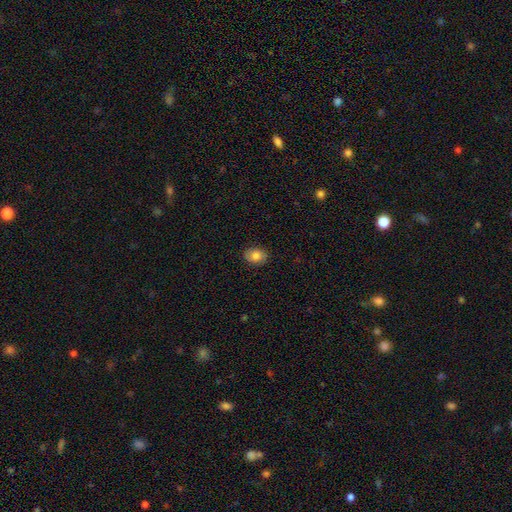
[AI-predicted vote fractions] Smooth or featured? Predicted: smooth (p=0.82). How rounded? Predicted: in between (p=0.64). Merging? Predicted: none (p=0.86).